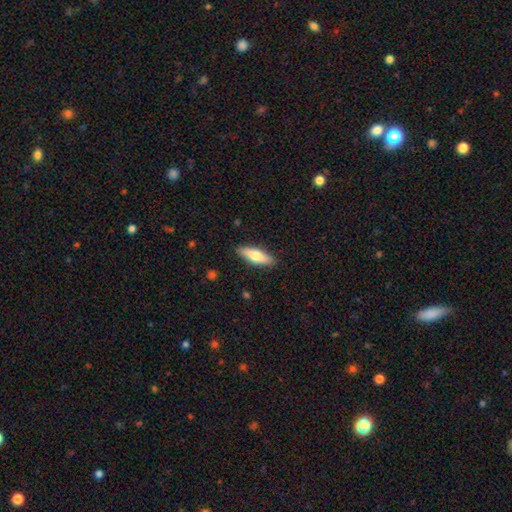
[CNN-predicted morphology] Smooth or featured? smooth (68%)
How rounded? cigar-shaped (49%, tied with in between)
Merging? none (88%)